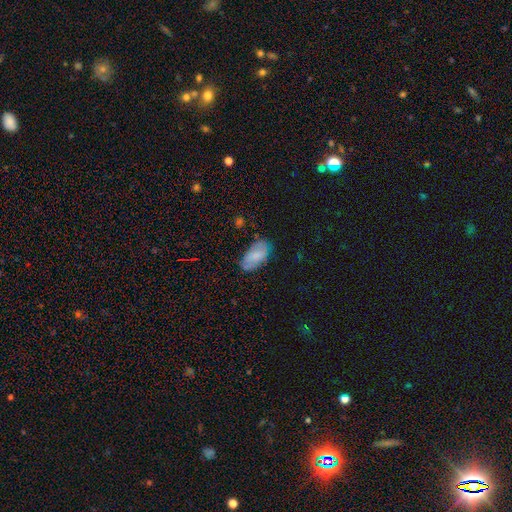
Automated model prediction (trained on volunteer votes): Morphology: type=smooth (70%); roundness=in between (94%); merging=none (71%).